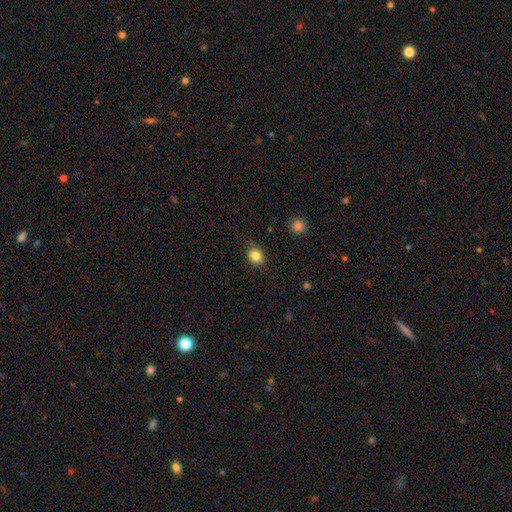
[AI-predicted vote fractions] Overall: smooth (83%). How rounded: round (63%; in between 36%). Merging: none (79%).